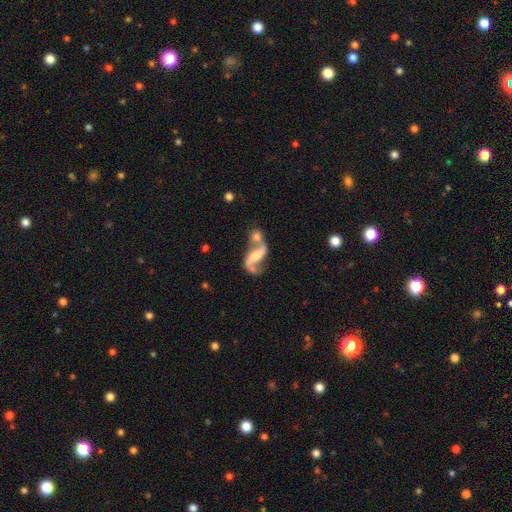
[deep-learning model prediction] Smooth or featured?
  - featured or disk: 82% *
  - smooth: 11%
  - star or artifact: 6%
Edge-on disk?
  - no: 95% *
  - yes: 5%
Bar?
  - weak: 37% *
  - no: 33%
  - strong: 30%
Spiral arms?
  - yes: 93% *
  - no: 7%
Spiral winding?
  - loose: 77% *
  - medium: 19%
  - tight: 4%
Spiral arm count?
  - 2: 91% *
  - 1: 4%
  - can't tell: 2%
  - 3: 1%
  - 4: 1%
  - more than 4: 1%
Bulge size?
  - moderate: 38% *
  - small: 30%
  - none: 18%
  - large: 12%
  - dominant: 2%
Merging?
  - merger: 43% *
  - none: 36%
  - minor disturbance: 12%
  - major disturbance: 9%